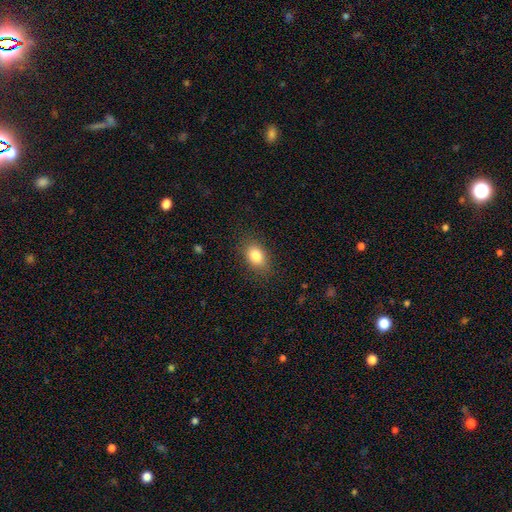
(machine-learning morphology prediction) smooth 83%, star or artifact 9%, featured or disk 8%. Down the decision tree: how rounded — in between (82%); merging — none (84%).